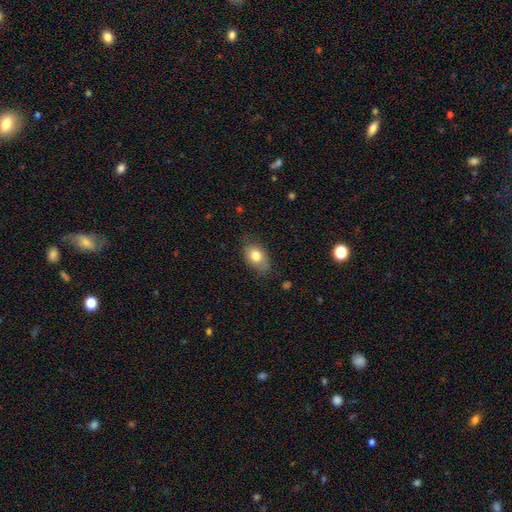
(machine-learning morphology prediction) A smooth galaxy with no disk features (78%) that is in between round and cigar-shaped (83%).

Vote fractions:
- Smooth or featured? smooth: 78% / featured or disk: 14% / star or artifact: 8%
- How rounded? in between: 83% / round: 15% / cigar-shaped: 2%
- Merging? none: 71% / minor disturbance: 23% / major disturbance: 5% / merger: 1%